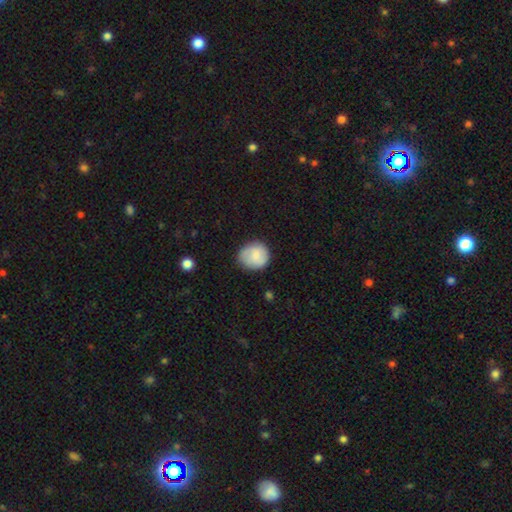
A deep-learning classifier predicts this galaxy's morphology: This appears to be a smooth galaxy with no disk features (79%) that is round (83%). Merging: none (75%).